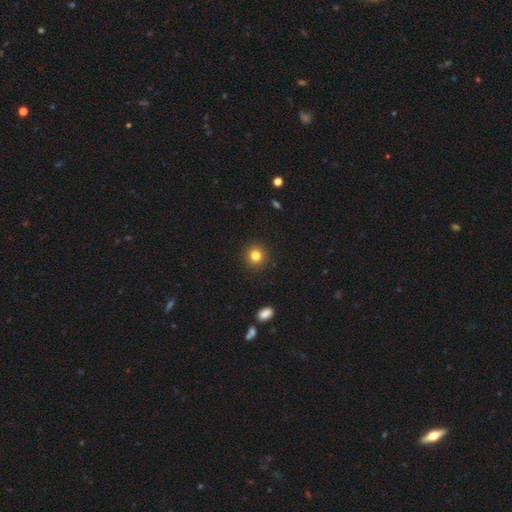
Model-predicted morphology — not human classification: A smooth galaxy with no disk features (82%) that is round (91%). Merging: none (92%).